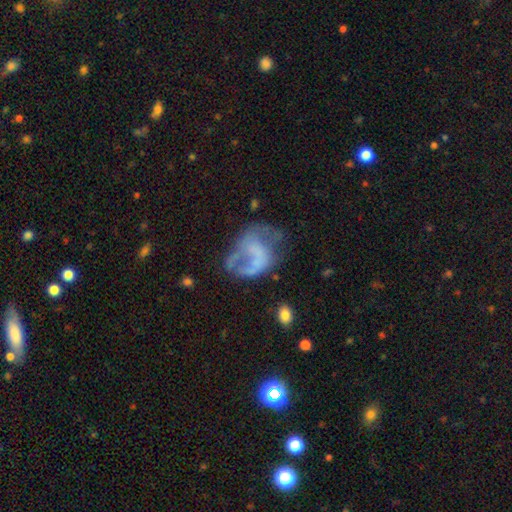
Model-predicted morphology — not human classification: smooth-or-featured: featured or disk: 57% | smooth: 32% | star or artifact: 11%
  disk-edge-on: no: 98% | yes: 2%
    bar: no: 76% | weak: 19% | strong: 5%
    has-spiral-arms: no: 60% | yes: 40%
    bulge-size: none: 69% | small: 13% | moderate: 11% | large: 5% | dominant: 2%
  merging: major disturbance: 43% | none: 30% | minor disturbance: 22% | merger: 6%